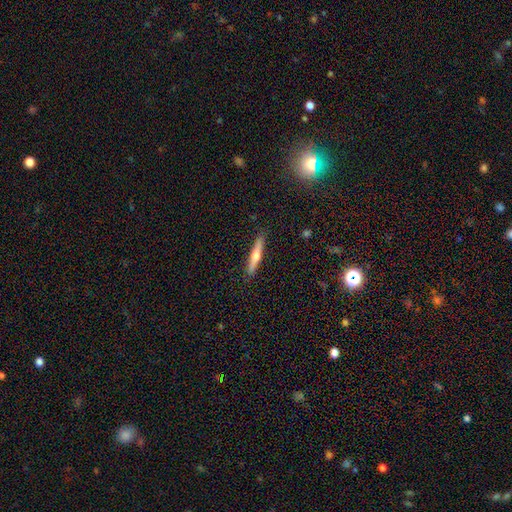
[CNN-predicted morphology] smooth-or-featured: featured or disk: 48% | smooth: 46% | star or artifact: 6%
  merging: none: 89% | minor disturbance: 8% | major disturbance: 2% | merger: 1%